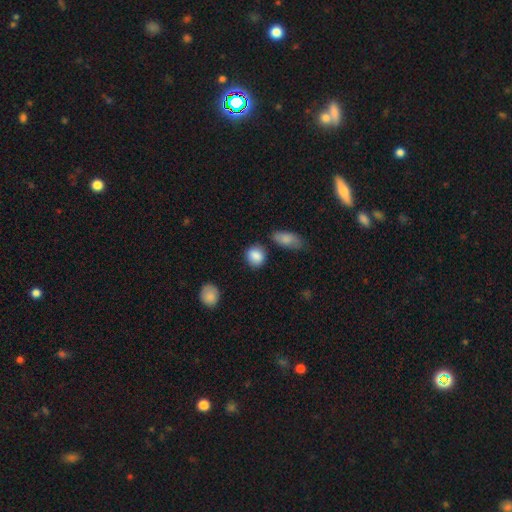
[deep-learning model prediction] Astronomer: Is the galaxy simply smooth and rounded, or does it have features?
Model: smooth — 88%.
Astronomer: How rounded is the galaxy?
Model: round — 70%.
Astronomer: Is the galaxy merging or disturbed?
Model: none — 78%.